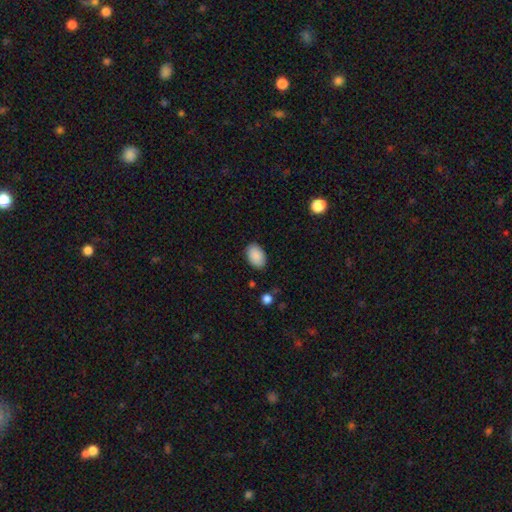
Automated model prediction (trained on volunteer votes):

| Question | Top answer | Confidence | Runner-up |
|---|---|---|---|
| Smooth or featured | smooth | 90% | star or artifact (7%) |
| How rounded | in between | 91% | round (8%) |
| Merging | none | 86% | minor disturbance (10%) |